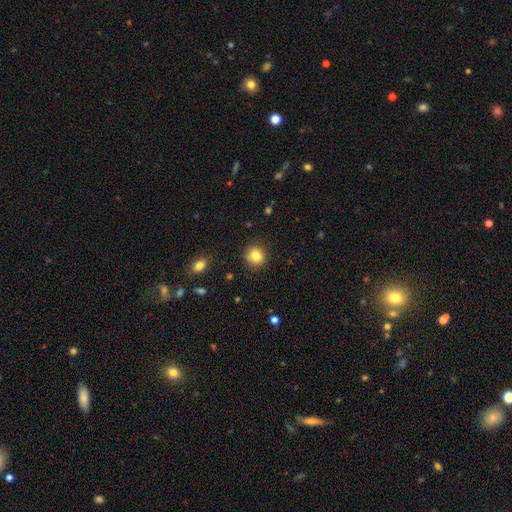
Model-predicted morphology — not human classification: The model was most divided on "smooth or featured": smooth: 83%, star or artifact: 11%, featured or disk: 6%. More confident: merging — none (89%); how rounded — round (87%).